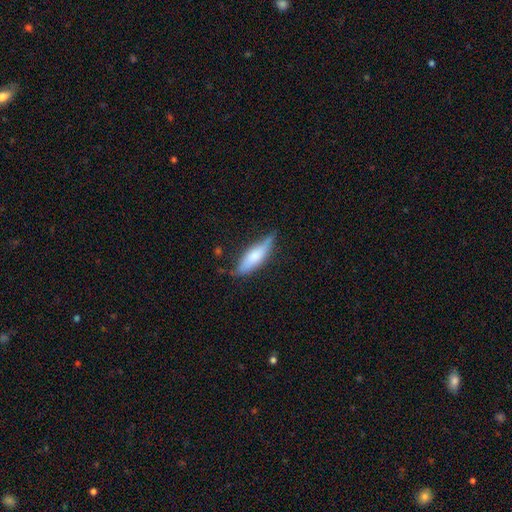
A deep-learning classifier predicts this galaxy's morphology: type=smooth (61%); roundness=cigar-shaped (59%); merging=none (67%).